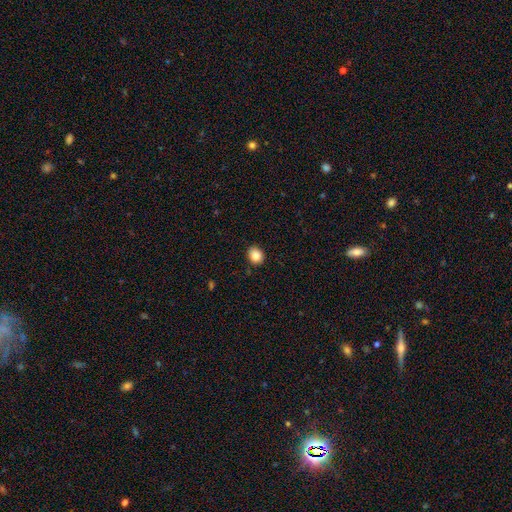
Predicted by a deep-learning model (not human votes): smooth-or-featured: smooth: 87% | star or artifact: 9% | featured or disk: 4%
  how-rounded: round: 66% | in between: 33% | cigar-shaped: 1%
  merging: none: 87% | minor disturbance: 10% | major disturbance: 2% | merger: 1%